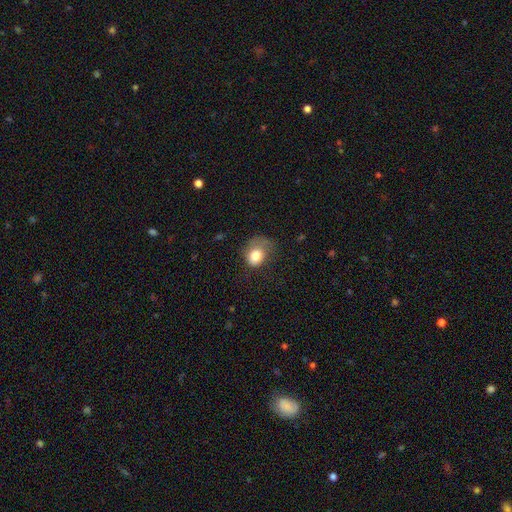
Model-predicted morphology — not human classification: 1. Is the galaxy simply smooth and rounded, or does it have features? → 77% smooth, 15% featured or disk, 8% star or artifact.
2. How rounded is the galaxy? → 52% round, 47% in between, 1% cigar-shaped.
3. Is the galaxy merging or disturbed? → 35% major disturbance, 32% minor disturbance, 31% none, 2% merger.